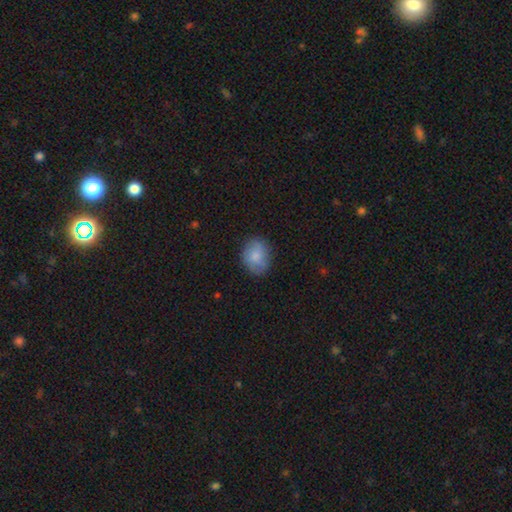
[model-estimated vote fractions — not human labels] This is clearly a smooth galaxy (80%). How rounded: possibly round (51%). Merging: likely none (80%).